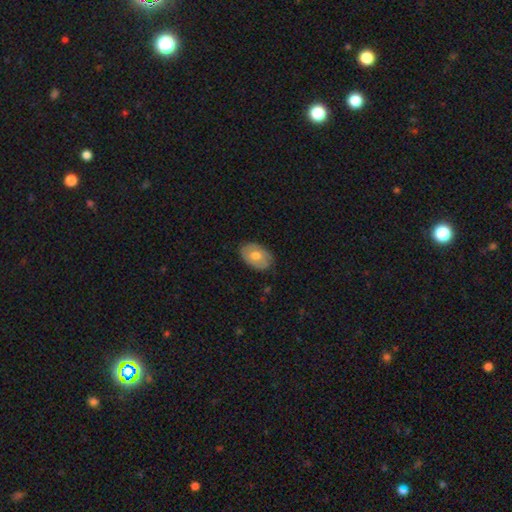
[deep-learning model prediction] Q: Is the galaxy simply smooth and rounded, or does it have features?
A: smooth — 65%.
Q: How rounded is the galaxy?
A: in between — 87%.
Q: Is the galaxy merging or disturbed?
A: none — 82%.